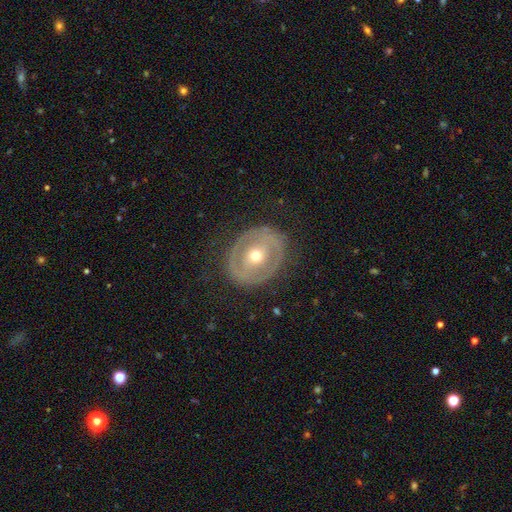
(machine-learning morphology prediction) Smooth or featured?
  - featured or disk: 69% *
  - smooth: 25%
  - star or artifact: 6%
Edge-on disk?
  - no: 94% *
  - yes: 6%
Bar?
  - no: 57% *
  - weak: 25%
  - strong: 18%
Spiral arms?
  - no: 69% *
  - yes: 31%
Bulge size?
  - moderate: 62% *
  - small: 33%
  - large: 3%
  - dominant: 1%
  - none: 1%
Merging?
  - none: 79% *
  - minor disturbance: 13%
  - major disturbance: 7%
  - merger: 1%